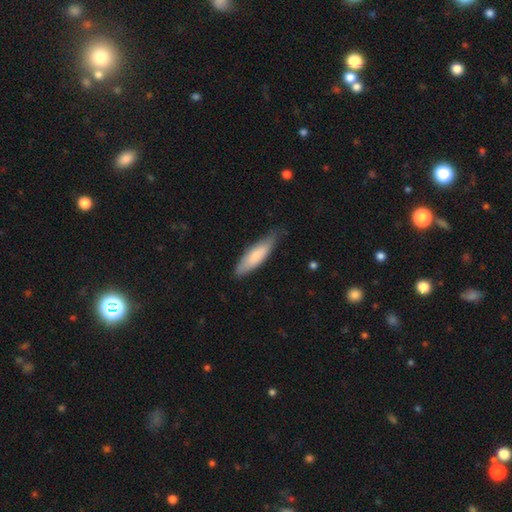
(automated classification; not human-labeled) Overall: smooth (76%). How rounded: cigar-shaped (60%; in between 38%). Merging: none (70%).